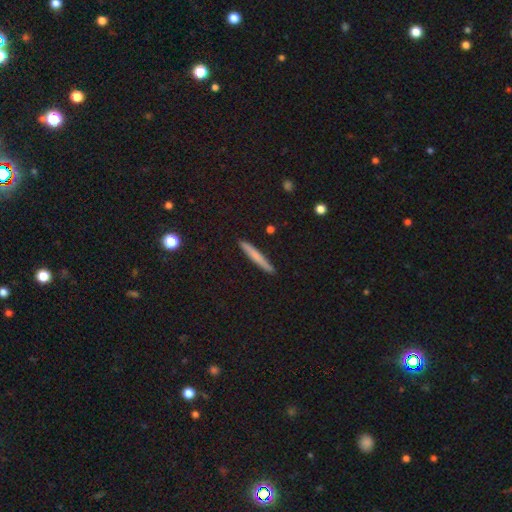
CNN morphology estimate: Overall: smooth (67%). How rounded: cigar-shaped (96%). Merging: none (89%).